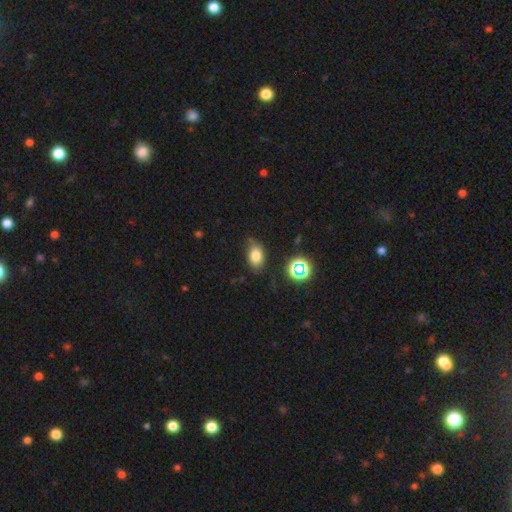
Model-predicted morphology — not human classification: A smooth galaxy with no disk features (76%) that is in between round and cigar-shaped (82%).

Vote fractions:
- Smooth or featured? smooth: 76% / star or artifact: 14% / featured or disk: 10%
- How rounded? in between: 82% / round: 16% / cigar-shaped: 2%
- Merging? none: 69% / minor disturbance: 23% / major disturbance: 5% / merger: 3%